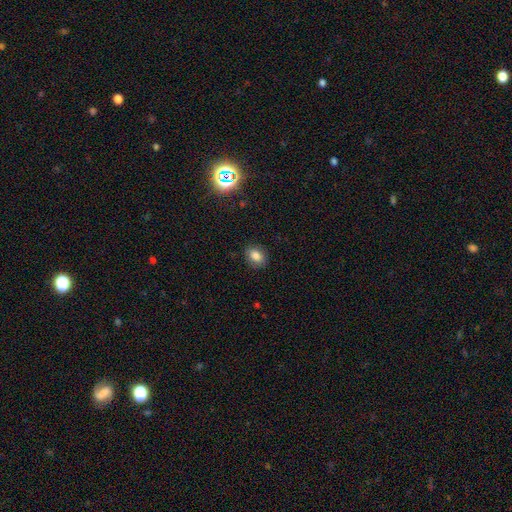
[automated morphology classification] This appears to be a smooth galaxy with no disk features (83%) that is in between round and cigar-shaped (69%). Merging: none (85%).